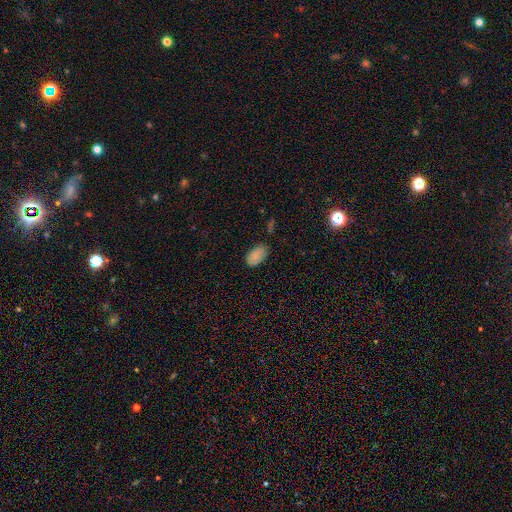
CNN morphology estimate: This is clearly a smooth galaxy (85%). How rounded: clearly in between (95%). Merging: likely none (74%).